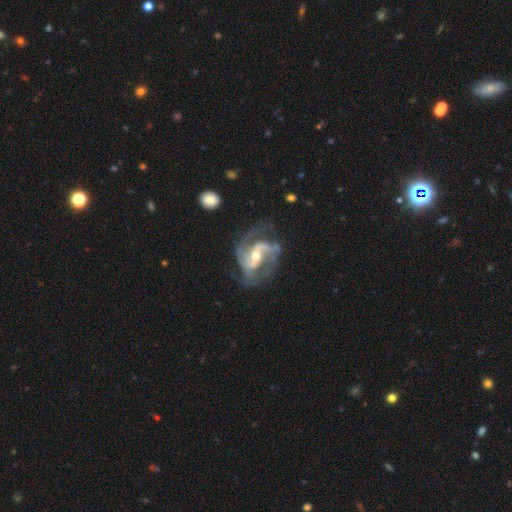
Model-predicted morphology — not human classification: type=featured or disk (91%); edge-on=no (98%); bar=weak (44%); spiral arms=yes (97%); winding=medium (55%); arm count=2 (73%); bulge=moderate (62%); merging=none (57%).